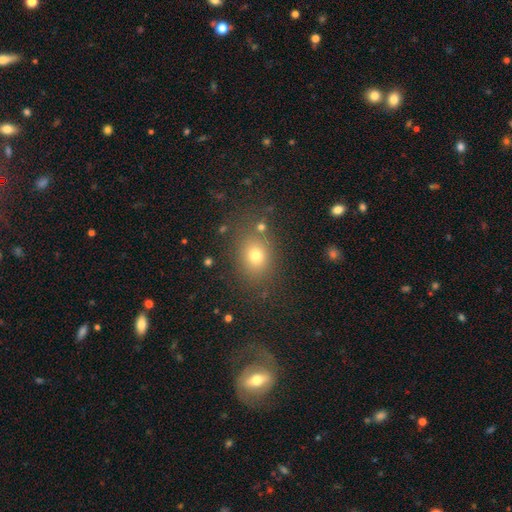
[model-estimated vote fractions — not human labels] A smooth galaxy with no disk features (71%) that is in between round and cigar-shaped (55%). Merging: none (78%).